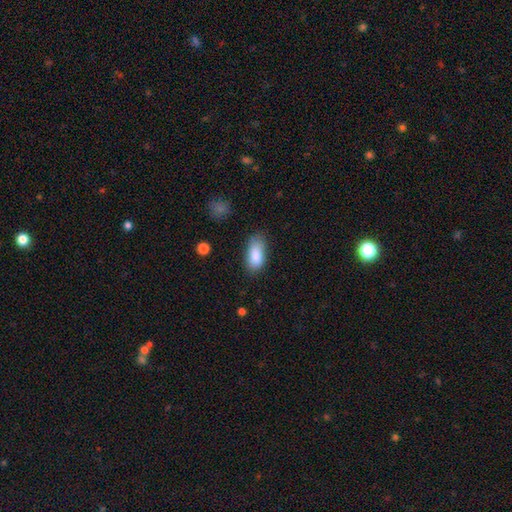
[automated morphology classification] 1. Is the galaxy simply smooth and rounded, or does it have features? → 86% smooth, 7% star or artifact, 7% featured or disk.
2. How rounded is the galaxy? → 89% in between, 8% cigar-shaped, 3% round.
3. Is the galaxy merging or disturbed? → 65% none, 26% minor disturbance, 7% major disturbance, 2% merger.